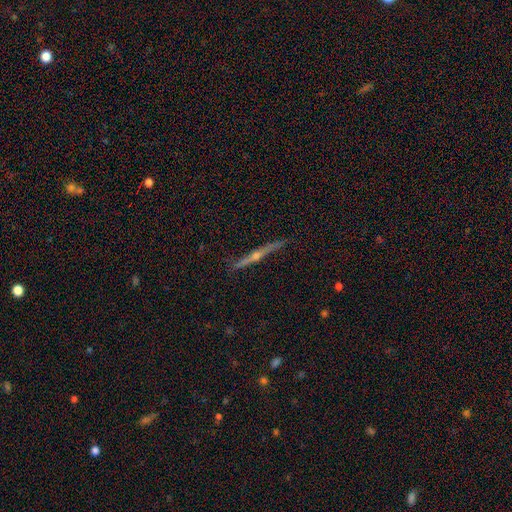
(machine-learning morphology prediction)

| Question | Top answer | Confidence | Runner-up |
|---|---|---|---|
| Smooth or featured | featured or disk | 80% | smooth (13%) |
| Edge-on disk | yes | 98% | no (2%) |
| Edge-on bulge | rounded | 88% | none (9%) |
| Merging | none | 88% | minor disturbance (9%) |